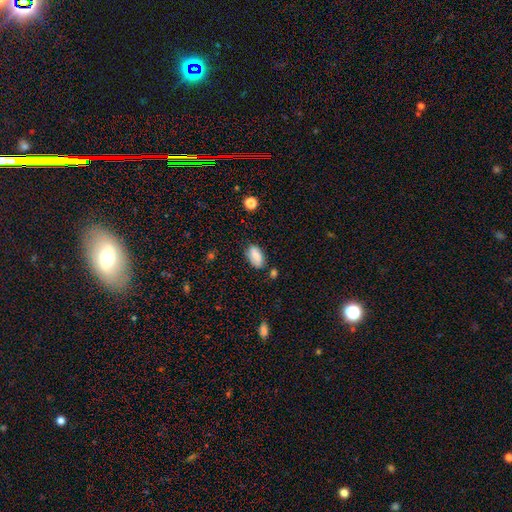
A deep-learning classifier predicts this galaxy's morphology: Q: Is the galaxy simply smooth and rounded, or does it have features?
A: smooth — 82%.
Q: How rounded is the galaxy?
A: in between — 92%.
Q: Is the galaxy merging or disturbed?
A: none — 76%.